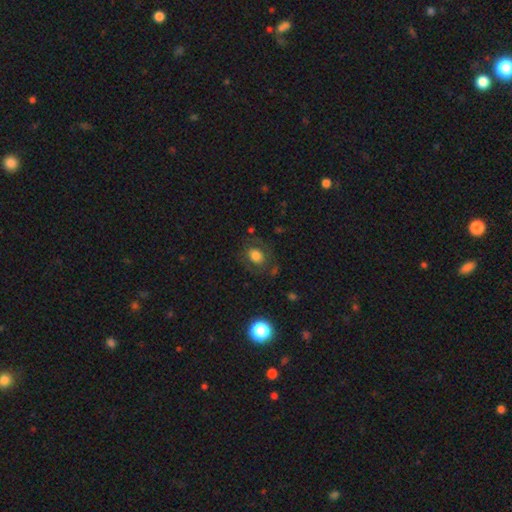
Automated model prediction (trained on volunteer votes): smooth 68%, featured or disk 21%, star or artifact 11%. Down the decision tree: how rounded — round (50%); merging — none (71%).